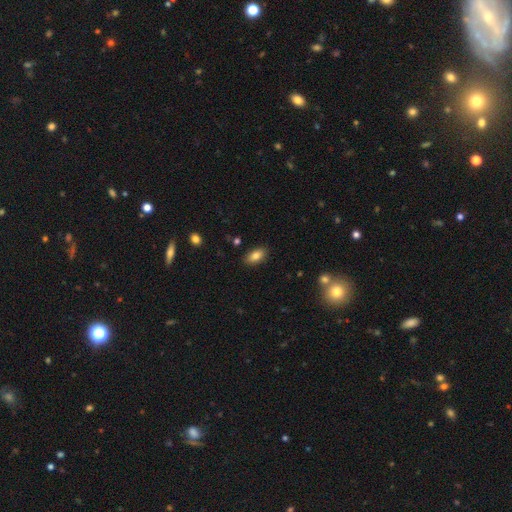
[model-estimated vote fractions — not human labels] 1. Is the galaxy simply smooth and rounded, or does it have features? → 82% smooth, 10% featured or disk, 8% star or artifact.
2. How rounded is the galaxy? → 92% in between, 4% cigar-shaped, 4% round.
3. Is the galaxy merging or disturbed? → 87% none, 9% minor disturbance, 2% major disturbance, 2% merger.